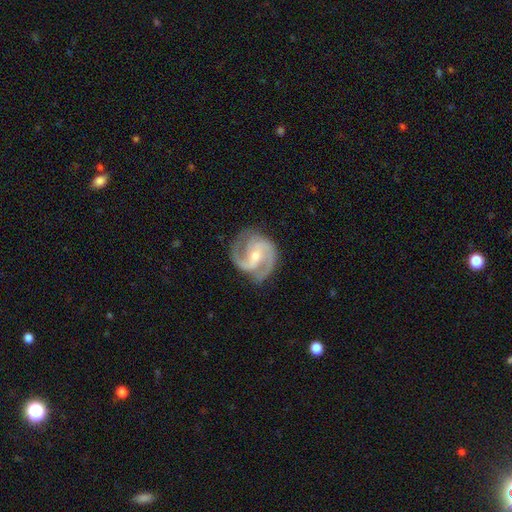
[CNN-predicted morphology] The model was most divided on "bulge size": small: 55%, moderate: 41%, none: 2%, large: 1%, dominant: 1%. Remaining: spiral arms — yes (98%); edge-on disk — no (98%); smooth or featured — featured or disk (91%); merging — none (77%); spiral arm count — 2 (73%); spiral winding — medium (59%); bar — weak (45%).